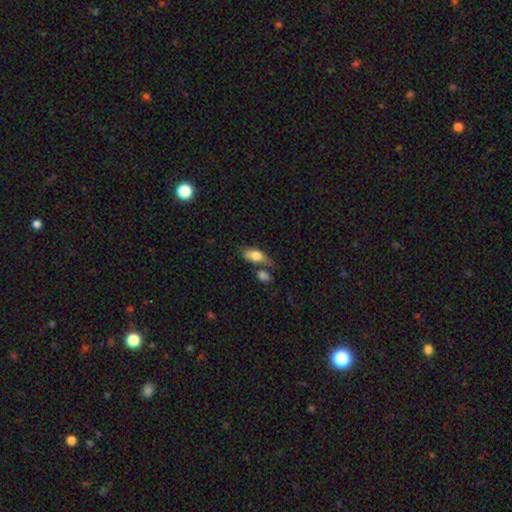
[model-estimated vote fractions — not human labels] Smooth or featured? Predicted: smooth (p=0.66). How rounded? Predicted: in between (p=0.76). Merging? Predicted: none (p=0.36).